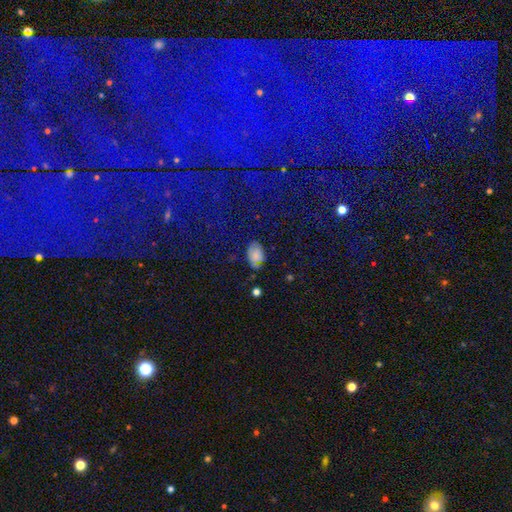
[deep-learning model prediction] The model was most divided on "merging": none: 61%, minor disturbance: 28%, major disturbance: 7%, merger: 4%. More confident: how rounded — in between (87%); smooth or featured — smooth (68%).